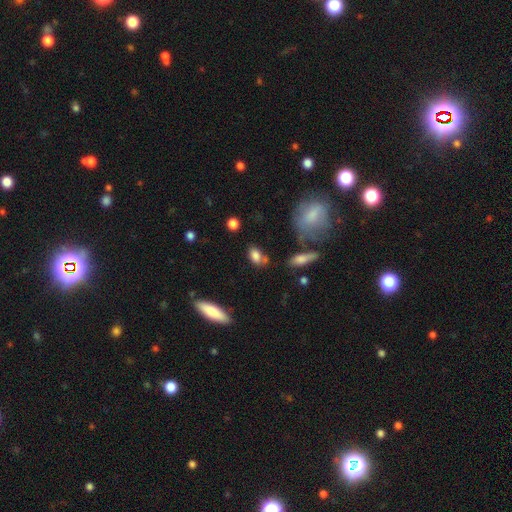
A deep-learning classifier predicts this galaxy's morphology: Overall: smooth (81%). How rounded: in between (82%). Merging: none (57%; minor disturbance 20%).